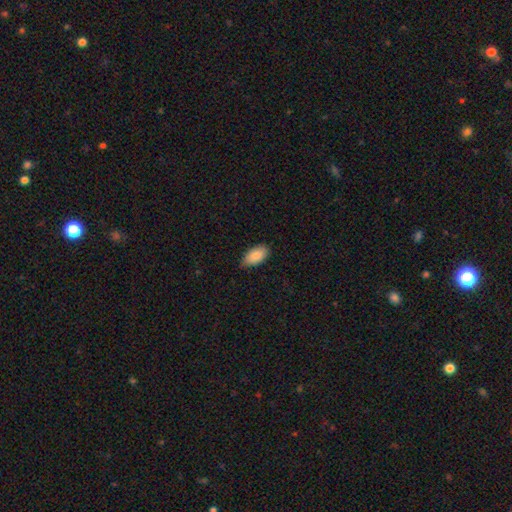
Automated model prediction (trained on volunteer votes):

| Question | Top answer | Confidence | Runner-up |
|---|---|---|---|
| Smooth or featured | smooth | 88% | star or artifact (6%) |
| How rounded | in between | 95% | round (3%) |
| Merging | none | 76% | minor disturbance (20%) |